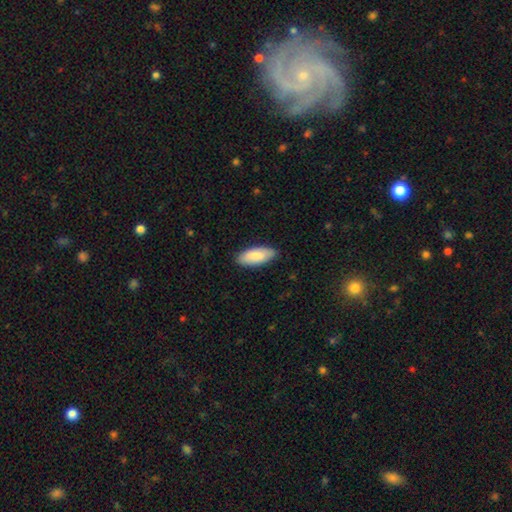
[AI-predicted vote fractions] Smooth or featured: smooth — 84% (featured or disk — 11%)
How rounded: in between — 84% (cigar-shaped — 15%)
Merging: none — 85% (minor disturbance — 12%)